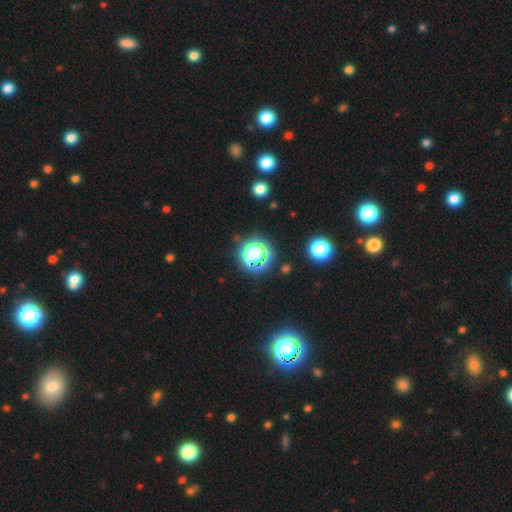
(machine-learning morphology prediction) Smooth or featured?
  - star or artifact: 54% *
  - smooth: 34%
  - featured or disk: 12%